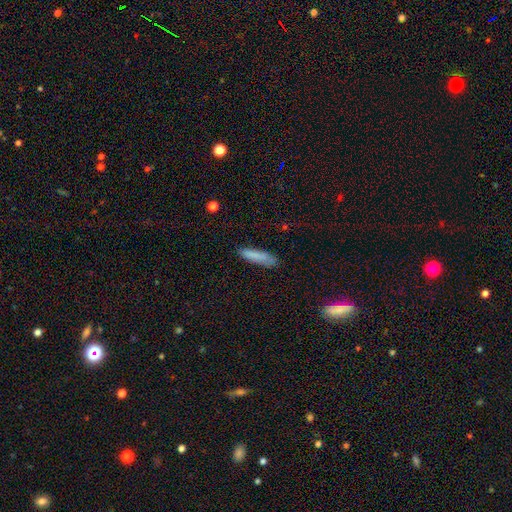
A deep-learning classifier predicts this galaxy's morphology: The model was most divided on "merging": none: 76%, minor disturbance: 18%, major disturbance: 4%, merger: 2%. More confident: smooth or featured — smooth (81%); how rounded — cigar-shaped (80%).